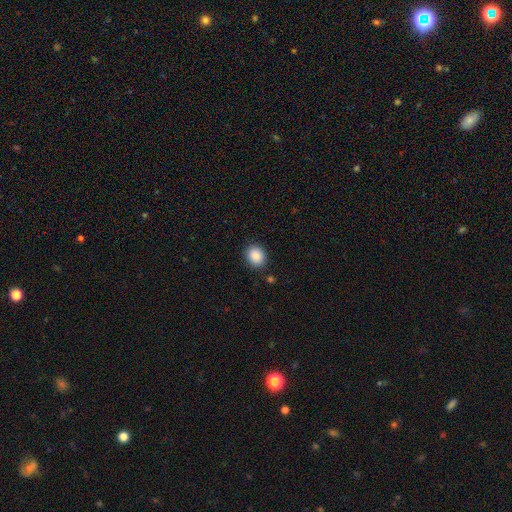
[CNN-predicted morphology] Smooth or featured? smooth (88%)
How rounded? round (59%)
Merging? none (88%)